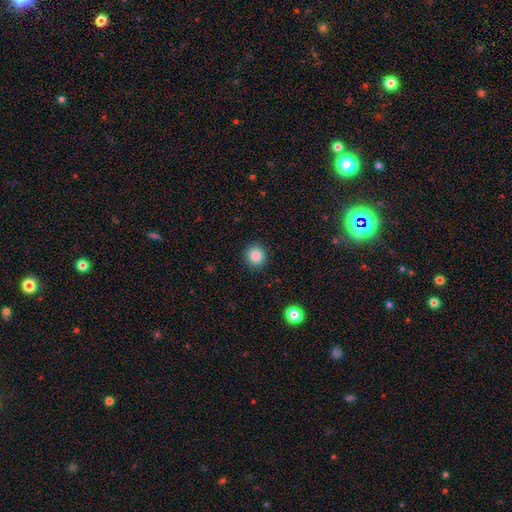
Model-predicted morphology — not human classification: A smooth galaxy with no disk features (87%) that is round (89%). Merging: none (91%).